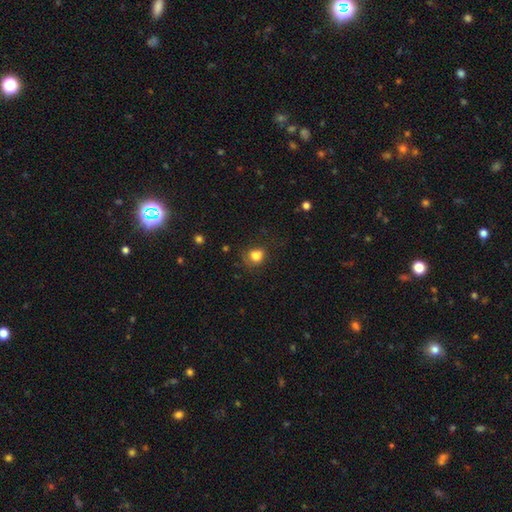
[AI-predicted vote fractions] Morphology: type=smooth (80%); roundness=round (61%); merging=none (59%).